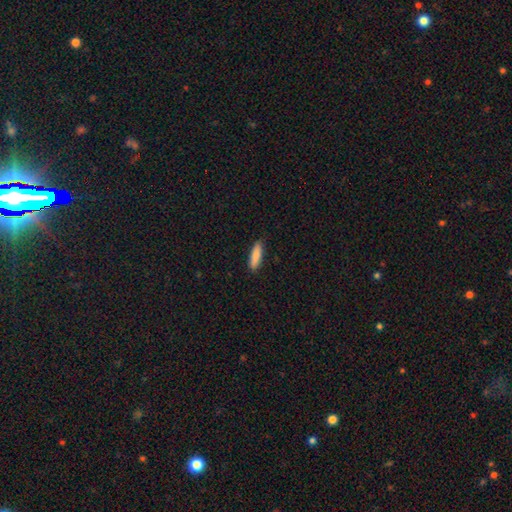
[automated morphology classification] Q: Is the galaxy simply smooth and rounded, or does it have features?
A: smooth — 88%.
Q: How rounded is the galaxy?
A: cigar-shaped — 66%.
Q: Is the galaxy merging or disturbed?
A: none — 88%.